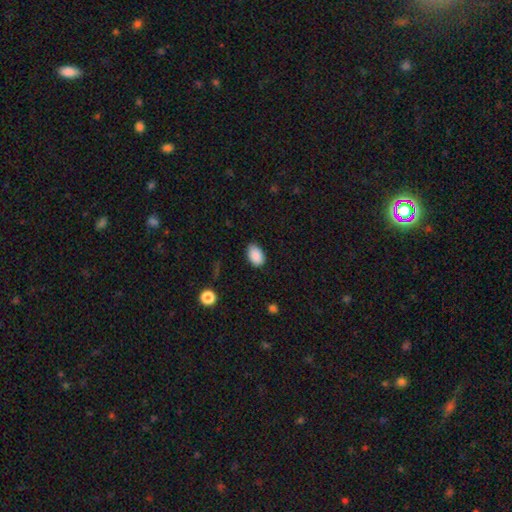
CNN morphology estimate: Smooth or featured: smooth — 89% (star or artifact — 8%)
How rounded: in between — 89% (round — 10%)
Merging: none — 80% (minor disturbance — 16%)